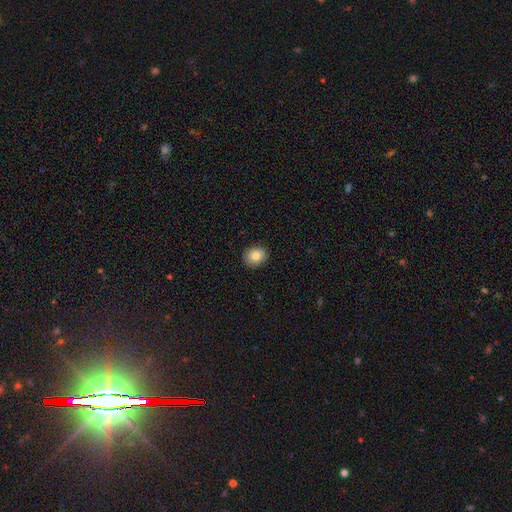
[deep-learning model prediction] This is clearly a smooth galaxy (84%). How rounded: likely round (65%). Merging: clearly none (88%).